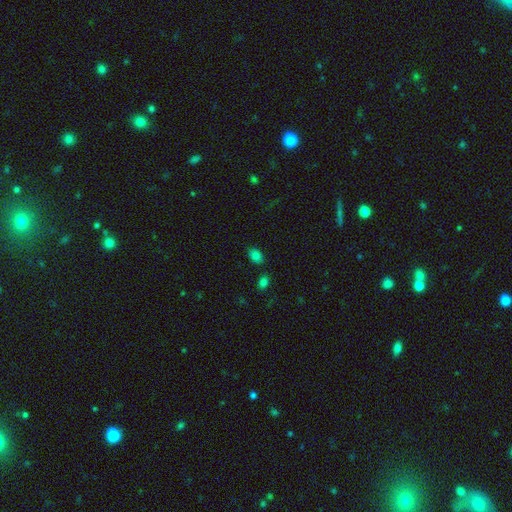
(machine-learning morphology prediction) smooth 82%, star or artifact 13%, featured or disk 6%. Down the decision tree: how rounded — in between (83%); merging — none (81%).